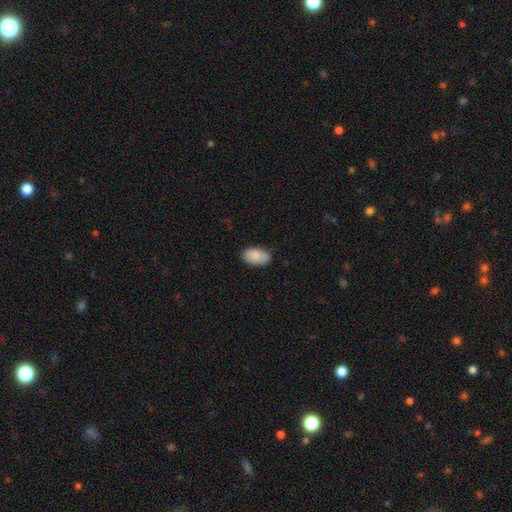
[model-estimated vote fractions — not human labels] The model was most divided on "merging": none: 80%, minor disturbance: 16%, major disturbance: 3%, merger: 1%. More confident: how rounded — in between (93%); smooth or featured — smooth (87%).